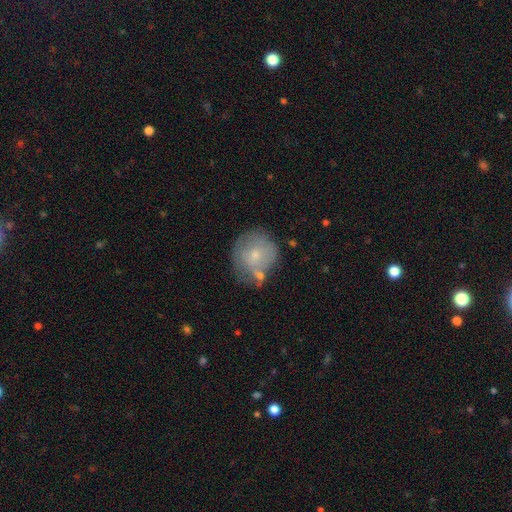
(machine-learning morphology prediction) Q: Smooth or featured?
A: smooth (57%); runner-up: featured or disk (35%)
Q: How rounded?
A: round (86%); runner-up: in between (13%)
Q: Merging?
A: none (52%); runner-up: minor disturbance (27%)